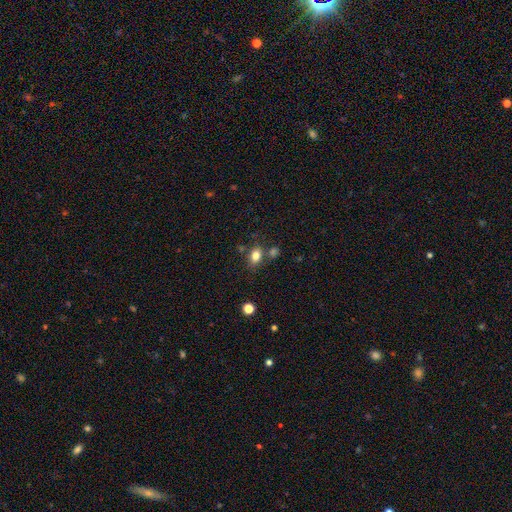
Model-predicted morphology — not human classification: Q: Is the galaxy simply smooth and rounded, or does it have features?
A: smooth — 80%.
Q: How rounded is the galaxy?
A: in between — 75%.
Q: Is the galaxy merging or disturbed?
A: none — 69%.